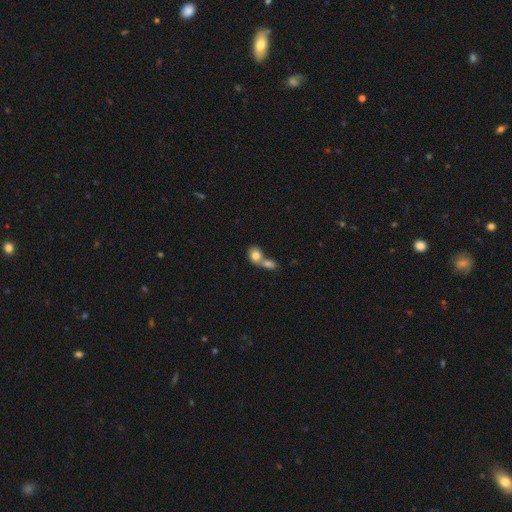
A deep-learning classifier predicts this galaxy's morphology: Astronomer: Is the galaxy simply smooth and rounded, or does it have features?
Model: smooth — 79%.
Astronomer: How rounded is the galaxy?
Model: round — 57% (runner-up: in between, 41%).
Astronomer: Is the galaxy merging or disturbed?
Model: merger — 69%.